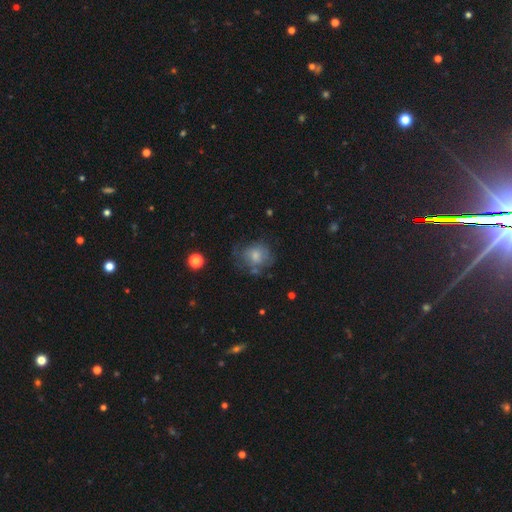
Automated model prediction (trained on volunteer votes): Morphology: type=smooth (63%); roundness=round (71%); merging=none (50%).